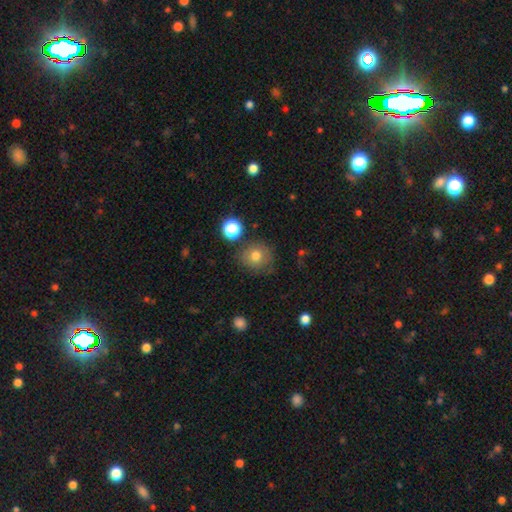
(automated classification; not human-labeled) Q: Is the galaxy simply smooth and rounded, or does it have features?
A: smooth — 75%.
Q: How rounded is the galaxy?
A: round — 86%.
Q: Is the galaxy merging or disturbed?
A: none — 75%.